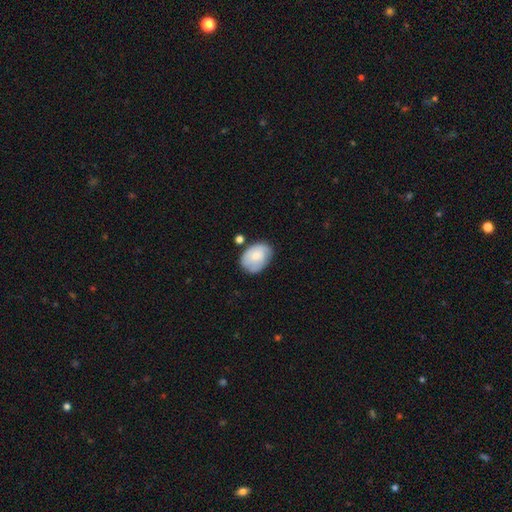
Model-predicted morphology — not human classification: This appears to be a smooth galaxy with no disk features (70%) that is in between round and cigar-shaped (75%). Merging: none (62%).